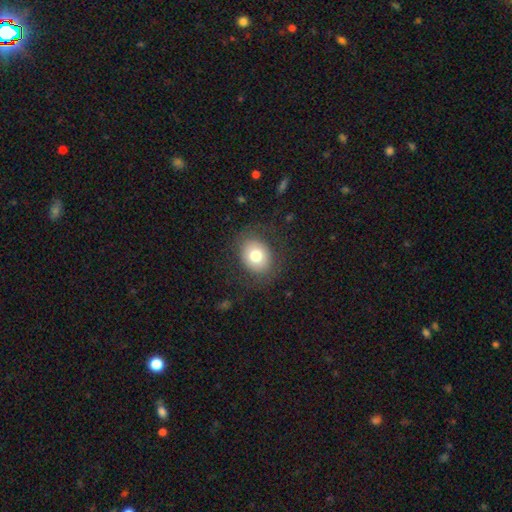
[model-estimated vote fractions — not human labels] Smooth or featured?
  - smooth: 76% *
  - featured or disk: 15%
  - star or artifact: 9%
How rounded?
  - round: 57% *
  - in between: 42%
  - cigar-shaped: 1%
Merging?
  - none: 80% *
  - minor disturbance: 11%
  - major disturbance: 7%
  - merger: 1%